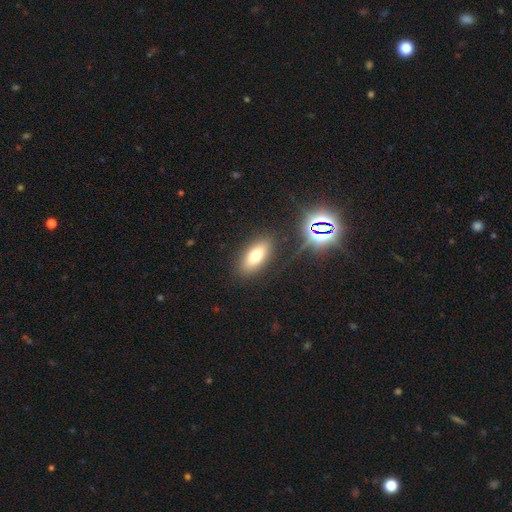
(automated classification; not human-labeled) A smooth galaxy with no disk features (70%) that is in between round and cigar-shaped (81%).

Vote fractions:
- Smooth or featured? smooth: 70% / featured or disk: 17% / star or artifact: 13%
- How rounded? in between: 81% / cigar-shaped: 15% / round: 4%
- Merging? none: 86% / minor disturbance: 9% / major disturbance: 3% / merger: 2%